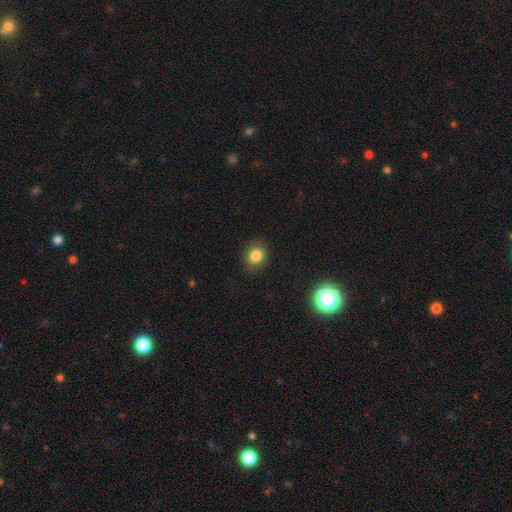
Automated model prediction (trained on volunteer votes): Morphology: type=smooth (83%); roundness=round (61%); merging=none (85%).